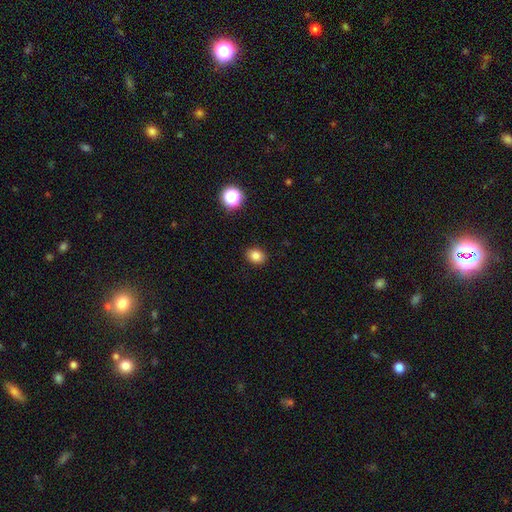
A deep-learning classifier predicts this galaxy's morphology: Q: Smooth or featured?
A: smooth (82%); runner-up: star or artifact (13%)
Q: How rounded?
A: round (56%); runner-up: in between (43%)
Q: Merging?
A: none (90%); runner-up: minor disturbance (7%)